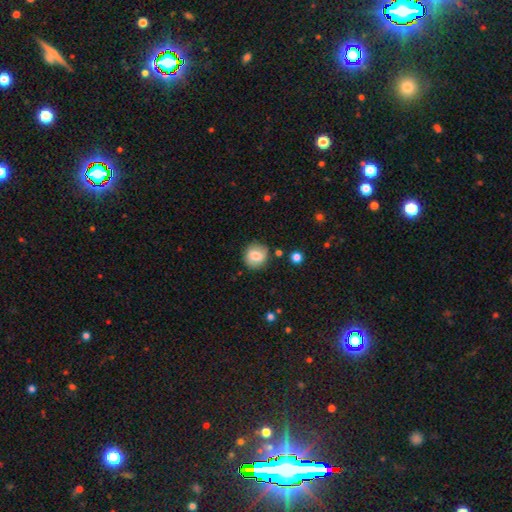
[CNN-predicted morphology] This is likely a smooth galaxy (76%). How rounded: clearly round (81%). Merging: clearly none (82%).